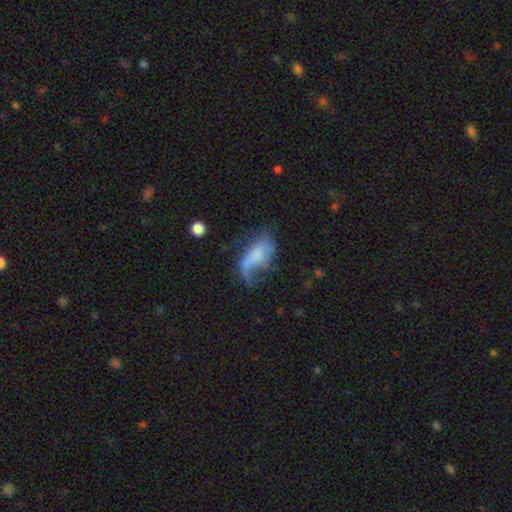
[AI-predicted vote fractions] A featured or disk galaxy (46%).

Vote fractions:
- Smooth or featured? featured or disk: 46% / smooth: 45% / star or artifact: 9%
- Merging? major disturbance: 43% / none: 26% / minor disturbance: 24% / merger: 7%